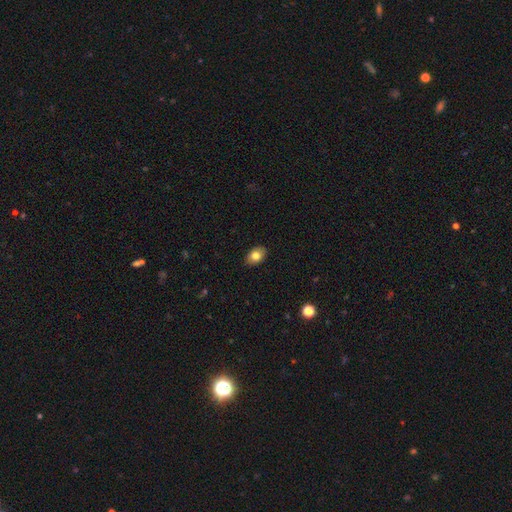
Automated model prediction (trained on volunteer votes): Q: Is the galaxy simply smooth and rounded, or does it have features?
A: smooth — 80%.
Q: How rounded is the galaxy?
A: in between — 82%.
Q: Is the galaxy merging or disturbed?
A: none — 88%.